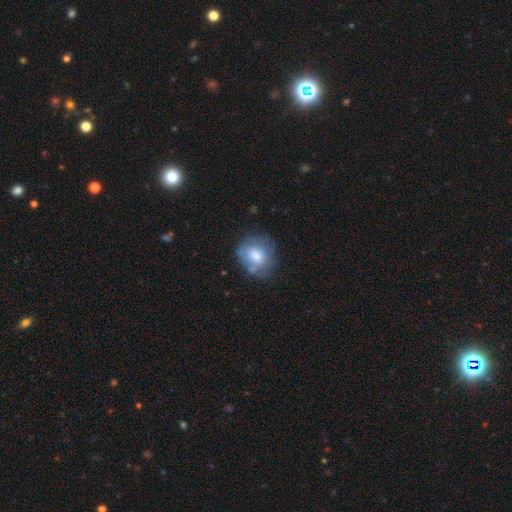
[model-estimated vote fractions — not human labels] Overall: smooth (67%). How rounded: round (69%; in between 30%). Merging: none (59%; minor disturbance 25%).